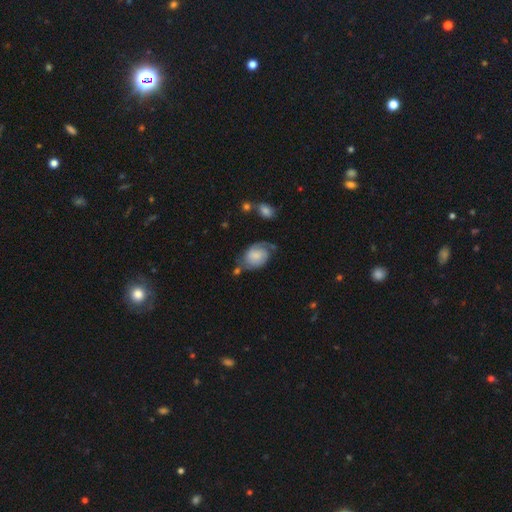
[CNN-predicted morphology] smooth-or-featured: featured or disk: 55% | smooth: 38% | star or artifact: 7%
  disk-edge-on: no: 97% | yes: 3%
    bar: no: 58% | weak: 36% | strong: 7%
    has-spiral-arms: yes: 87% | no: 13%
    bulge-size: small: 38% | moderate: 27% | none: 21% | large: 11% | dominant: 3%
  merging: none: 48% | minor disturbance: 28% | major disturbance: 16% | merger: 7%